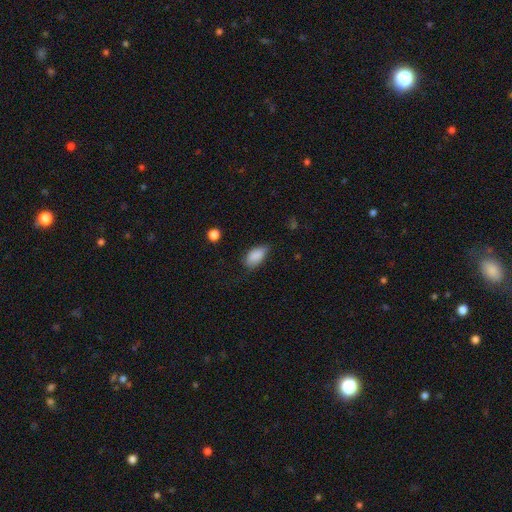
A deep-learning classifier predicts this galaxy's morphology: Q: Smooth or featured?
A: smooth (86%); runner-up: star or artifact (8%)
Q: How rounded?
A: in between (91%); runner-up: cigar-shaped (5%)
Q: Merging?
A: none (59%); runner-up: minor disturbance (32%)